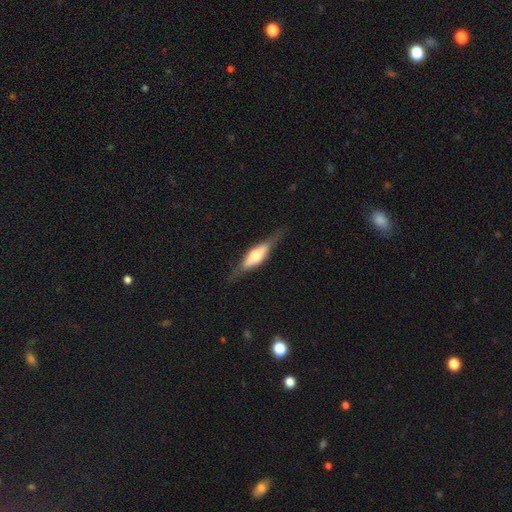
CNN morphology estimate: Smooth or featured? featured or disk (60%)
Edge-on disk? yes (93%)
Edge-on bulge? rounded (75%)
Merging? none (78%)